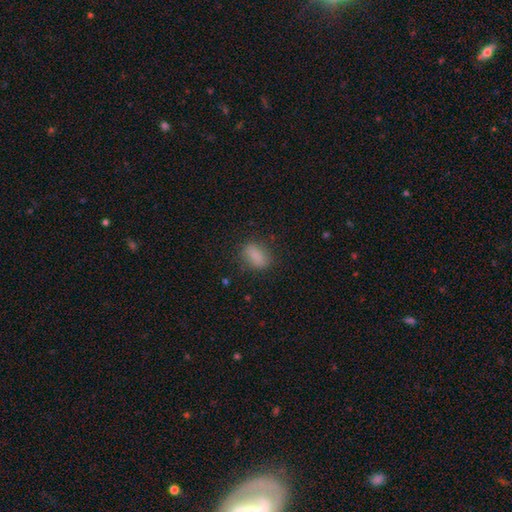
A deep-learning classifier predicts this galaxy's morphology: Smooth or featured?
  - smooth: 84% *
  - star or artifact: 9%
  - featured or disk: 7%
How rounded?
  - in between: 82% *
  - round: 12%
  - cigar-shaped: 5%
Merging?
  - none: 79% *
  - minor disturbance: 15%
  - major disturbance: 5%
  - merger: 1%